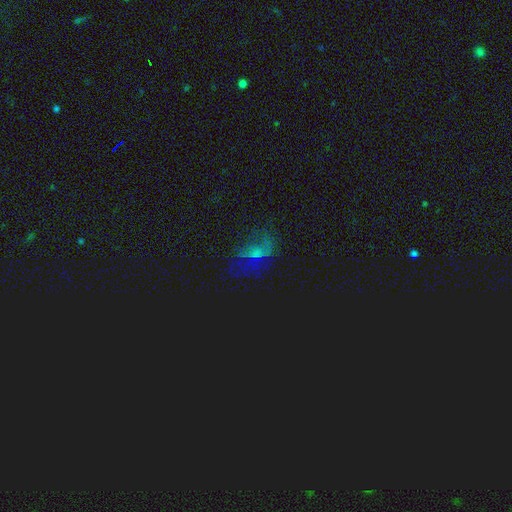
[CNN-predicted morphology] A star or artifact, not a galaxy (38%).